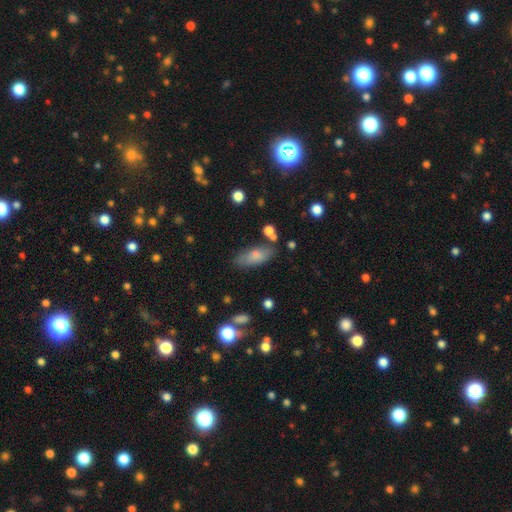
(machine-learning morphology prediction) The model was most divided on "merging": none: 73%, minor disturbance: 16%, merger: 6%, major disturbance: 5%. More confident: how rounded — in between (77%); smooth or featured — smooth (77%).